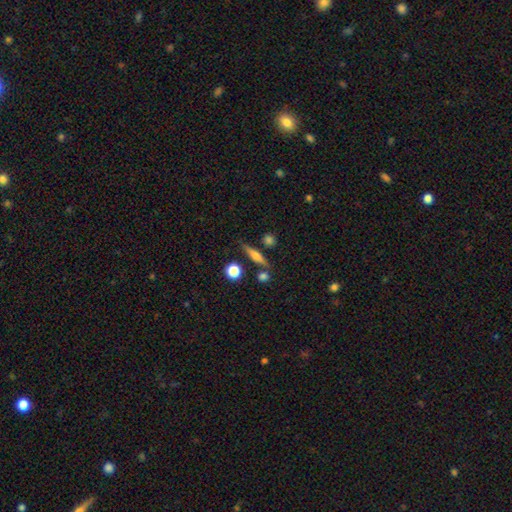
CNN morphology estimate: Smooth or featured? Predicted: featured or disk (p=0.54). Edge-on disk? Predicted: yes (p=0.94). Edge-on bulge? Predicted: rounded (p=0.84). Merging? Predicted: none (p=0.80).